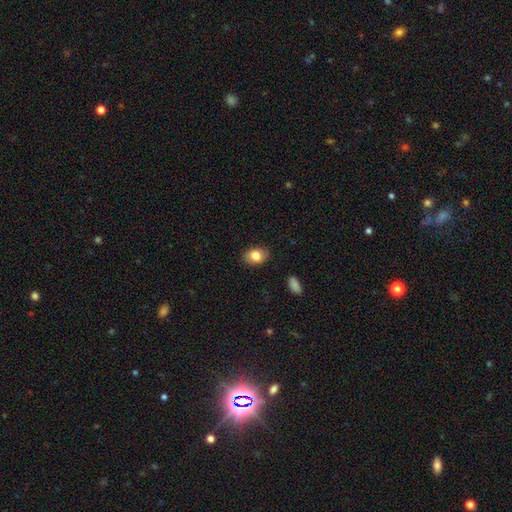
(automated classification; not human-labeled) This is clearly a smooth galaxy (82%). How rounded: likely in between (79%). Merging: clearly none (87%).